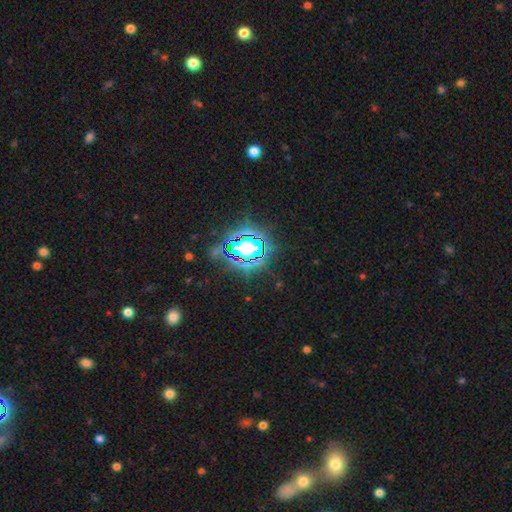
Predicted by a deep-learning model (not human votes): A star or artifact, not a galaxy (82%).